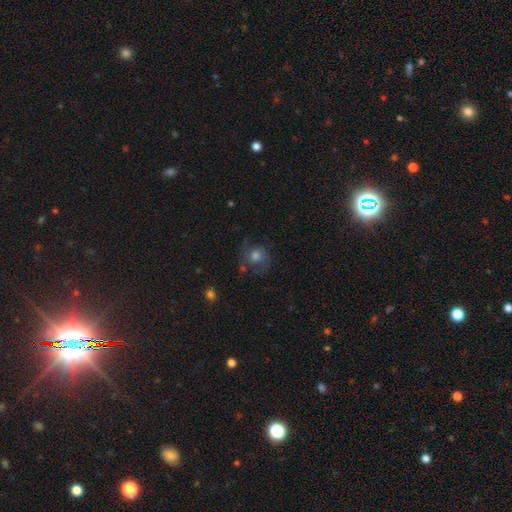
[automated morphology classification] Smooth or featured?
  - featured or disk: 53% *
  - smooth: 32%
  - star or artifact: 15%
Edge-on disk?
  - no: 97% *
  - yes: 3%
Bar?
  - no: 74% *
  - weak: 23%
  - strong: 3%
Spiral arms?
  - yes: 86% *
  - no: 14%
Bulge size?
  - moderate: 56% *
  - large: 20%
  - small: 18%
  - none: 3%
  - dominant: 3%
Merging?
  - none: 63% *
  - minor disturbance: 19%
  - major disturbance: 15%
  - merger: 3%